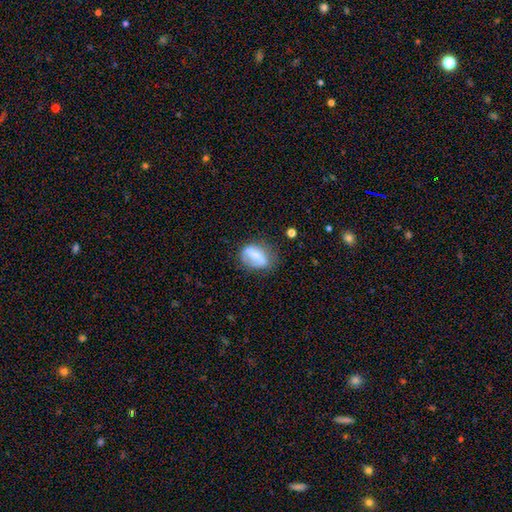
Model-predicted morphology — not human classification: A smooth galaxy with no disk features (57%) that is in between round and cigar-shaped (73%).

Vote fractions:
- Smooth or featured? smooth: 57% / featured or disk: 34% / star or artifact: 9%
- How rounded? in between: 73% / round: 19% / cigar-shaped: 8%
- Merging? none: 58% / minor disturbance: 25% / major disturbance: 13% / merger: 3%